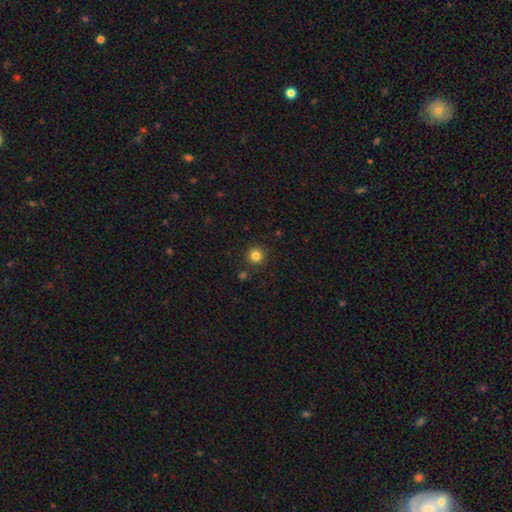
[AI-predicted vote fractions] Smooth or featured? smooth (82%)
How rounded? round (95%)
Merging? none (89%)